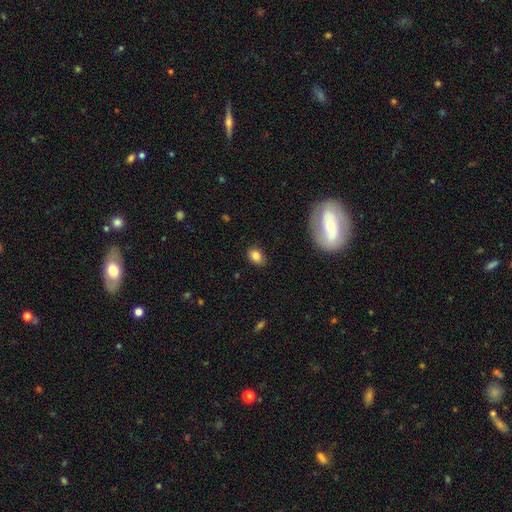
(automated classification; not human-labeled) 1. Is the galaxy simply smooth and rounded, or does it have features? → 83% smooth, 9% star or artifact, 7% featured or disk.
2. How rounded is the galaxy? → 77% in between, 21% round, 1% cigar-shaped.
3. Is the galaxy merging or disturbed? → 85% none, 11% minor disturbance, 3% major disturbance, 1% merger.